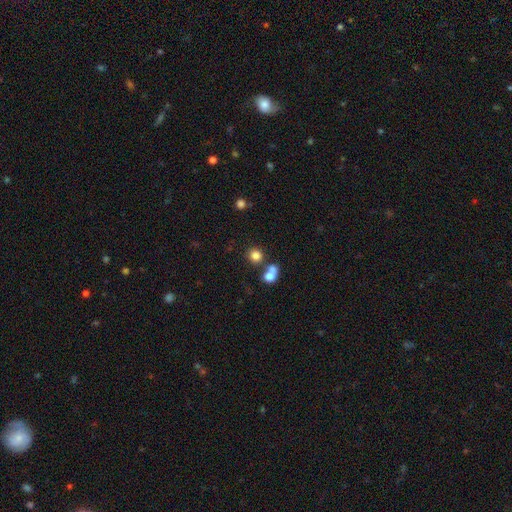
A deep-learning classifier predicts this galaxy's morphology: Smooth or featured? Predicted: smooth (p=0.79). How rounded? Predicted: round (p=0.88). Merging? Predicted: none (p=0.63).